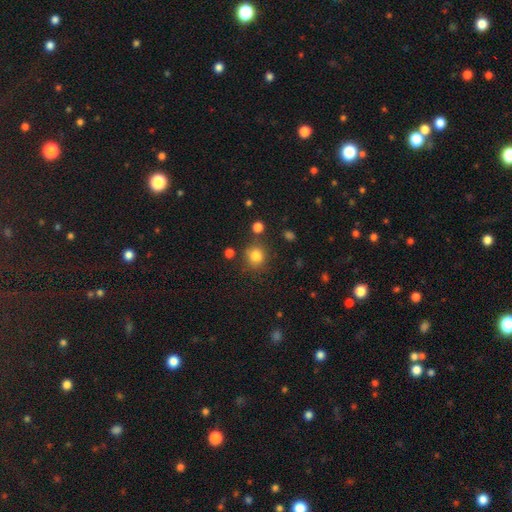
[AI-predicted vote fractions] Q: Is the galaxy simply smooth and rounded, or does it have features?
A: smooth — 82%.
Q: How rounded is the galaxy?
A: round — 86%.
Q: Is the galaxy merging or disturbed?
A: none — 78%.